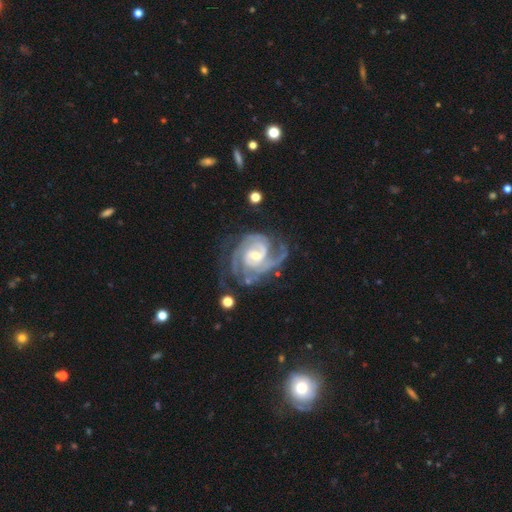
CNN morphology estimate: The model was most divided on "bar": weak: 45%, no: 43%, strong: 12%. Remaining: spiral arms — yes (98%); edge-on disk — no (98%); smooth or featured — featured or disk (93%); spiral winding — tight (61%); merging — none (60%); bulge size — small (49%); spiral arm count — 2 (44%).